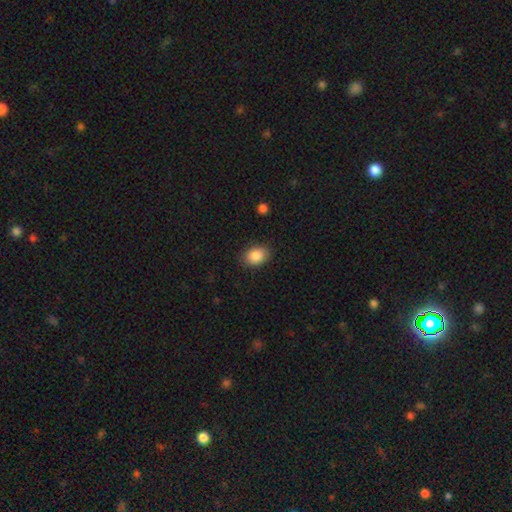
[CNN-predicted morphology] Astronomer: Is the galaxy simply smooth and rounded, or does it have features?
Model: smooth — 87%.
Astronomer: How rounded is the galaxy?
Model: in between — 74%.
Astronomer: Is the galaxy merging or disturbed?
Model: none — 86%.